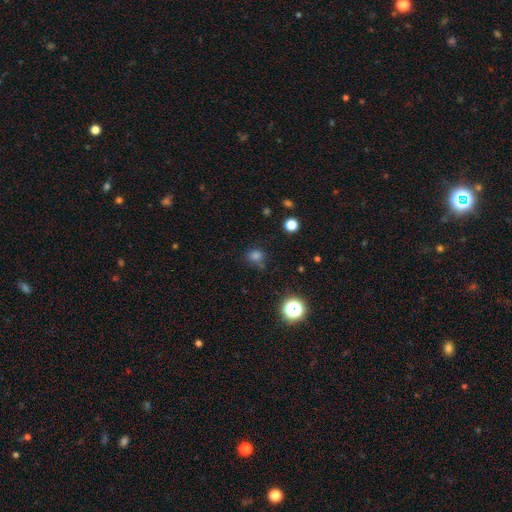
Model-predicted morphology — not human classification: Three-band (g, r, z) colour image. It shows a smooth galaxy with no disk features (73%) that is round (72%). Merging: none (69%).